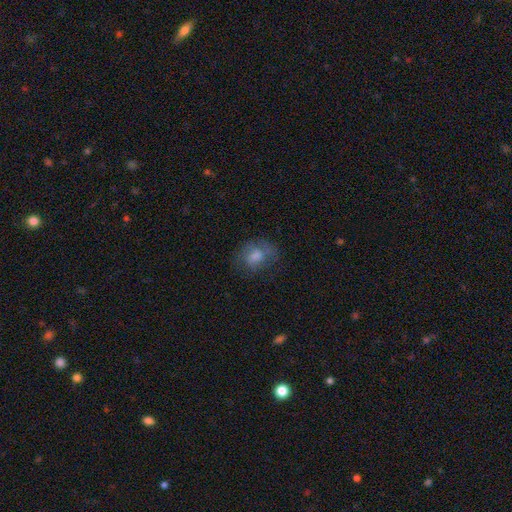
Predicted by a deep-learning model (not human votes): The model was most divided on "how rounded": in between: 57%, round: 42%, cigar-shaped: 2%. More confident: merging — none (60%); smooth or featured — smooth (53%).